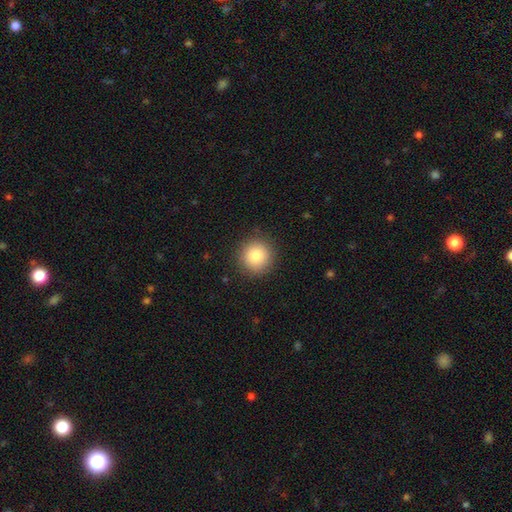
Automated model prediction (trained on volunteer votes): Smooth or featured: smooth — 83% (star or artifact — 10%)
How rounded: round — 95% (in between — 4%)
Merging: none — 90% (minor disturbance — 7%)